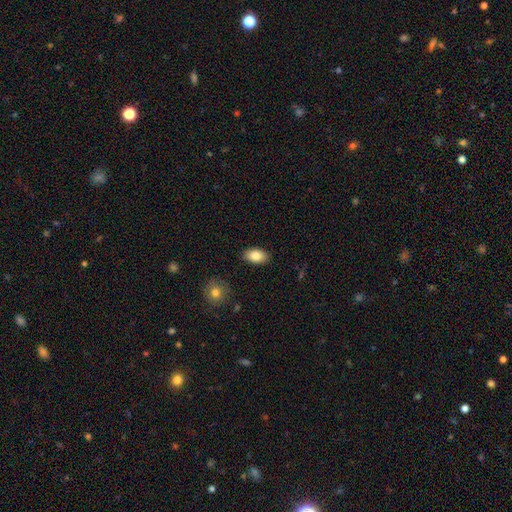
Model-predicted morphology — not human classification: Smooth or featured? Predicted: smooth (p=0.85). How rounded? Predicted: in between (p=0.92). Merging? Predicted: none (p=0.88).